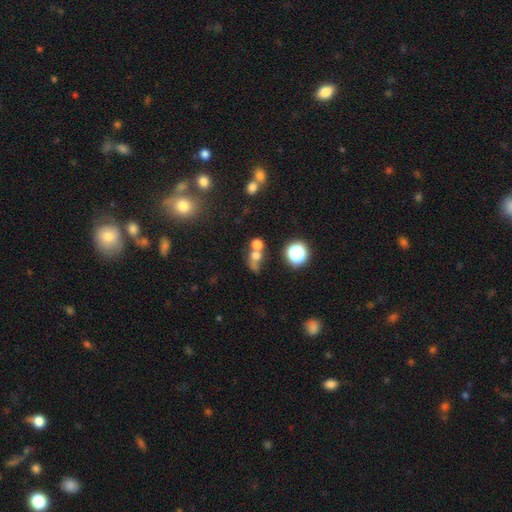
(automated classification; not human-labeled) smooth 62%, star or artifact 21%, featured or disk 17%. Down the decision tree: how rounded — round (63%); merging — merger (51%).